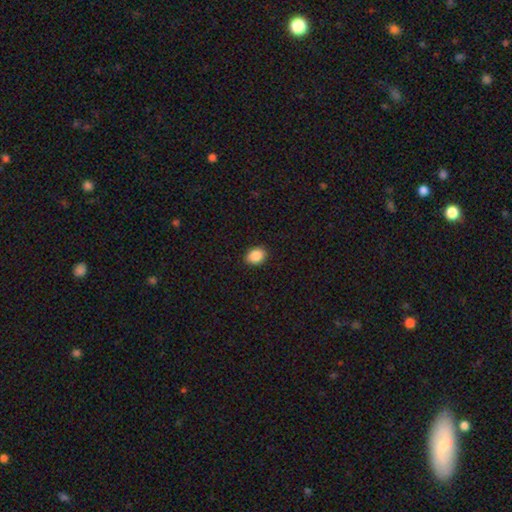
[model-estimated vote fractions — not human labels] A smooth galaxy with no disk features (88%) that is in between round and cigar-shaped (59%). Merging: none (91%).